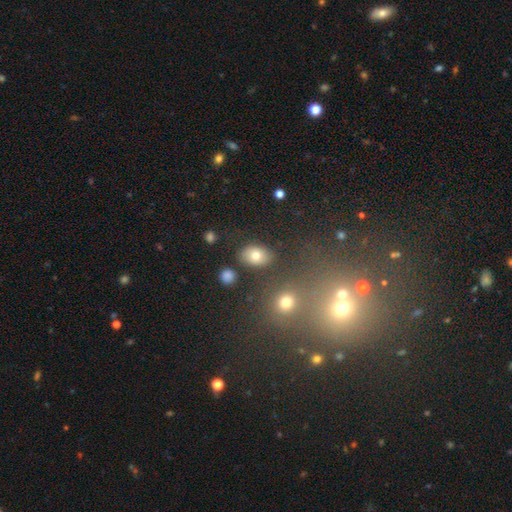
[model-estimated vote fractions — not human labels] A smooth galaxy with no disk features (76%) that is in between round and cigar-shaped (76%). Merging: none (83%).